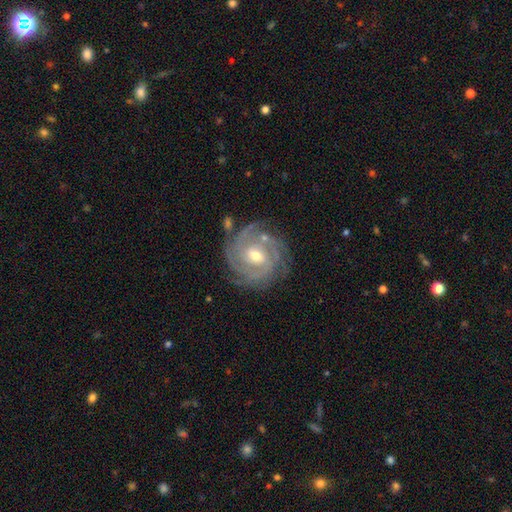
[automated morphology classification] Smooth or featured: featured or disk — 88% (smooth — 6%)
Edge-on disk: no — 97% (yes — 3%)
Bar: weak — 44% (no — 42%)
Spiral arms: yes — 97% (no — 3%)
Spiral winding: tight — 78% (medium — 19%)
Spiral arm count: 3 — 34% (4 — 25%)
Bulge size: moderate — 64% (small — 32%)
Merging: none — 79% (minor disturbance — 13%)